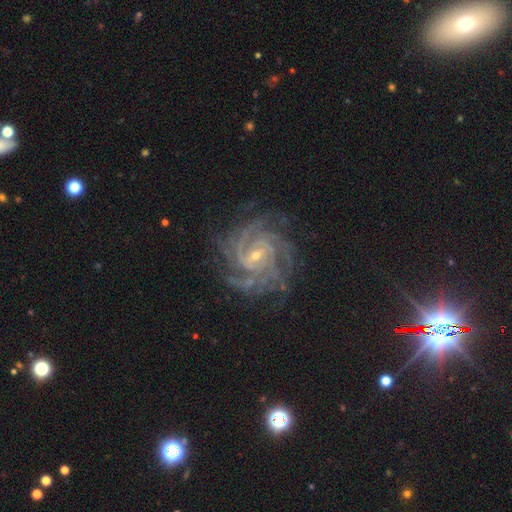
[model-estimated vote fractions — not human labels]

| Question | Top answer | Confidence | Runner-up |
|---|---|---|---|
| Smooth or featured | featured or disk | 91% | star or artifact (6%) |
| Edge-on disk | no | 98% | yes (2%) |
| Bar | weak | 49% | no (29%) |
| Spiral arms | yes | 98% | no (2%) |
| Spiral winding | tight | 71% | medium (26%) |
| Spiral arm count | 4 | 30% | more than 4 (17%) |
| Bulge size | small | 70% | moderate (27%) |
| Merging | none | 77% | minor disturbance (15%) |